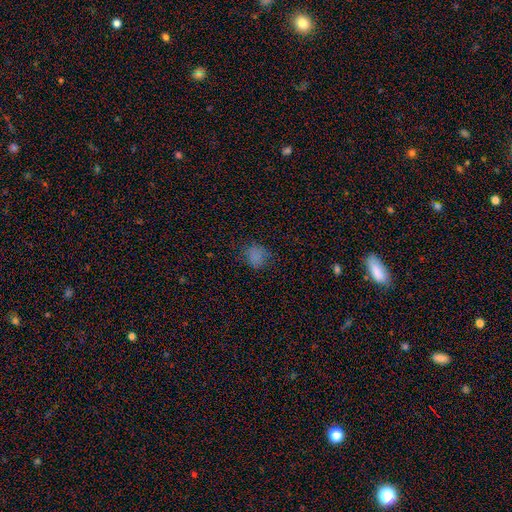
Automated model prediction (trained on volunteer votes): smooth-or-featured: smooth: 71% | star or artifact: 22% | featured or disk: 7%
  how-rounded: round: 62% | in between: 37% | cigar-shaped: 1%
  merging: none: 72% | minor disturbance: 19% | major disturbance: 8% | merger: 2%